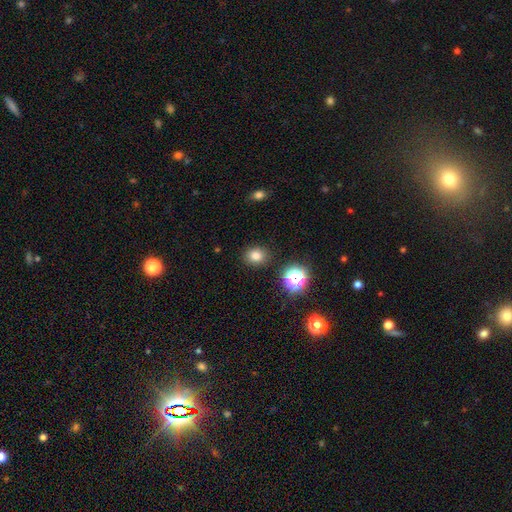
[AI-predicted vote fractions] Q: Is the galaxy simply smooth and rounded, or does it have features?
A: smooth — 78%.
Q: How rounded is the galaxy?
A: round — 68%.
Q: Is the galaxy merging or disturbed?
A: none — 88%.